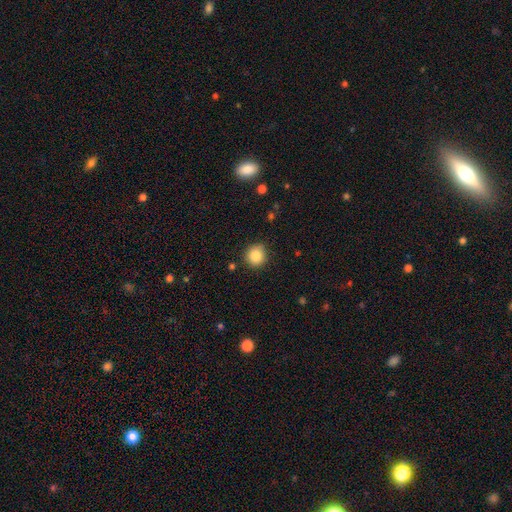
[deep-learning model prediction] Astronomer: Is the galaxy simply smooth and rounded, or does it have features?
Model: smooth — 86%.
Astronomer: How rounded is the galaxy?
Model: round — 92%.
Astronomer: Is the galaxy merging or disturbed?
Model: none — 86%.